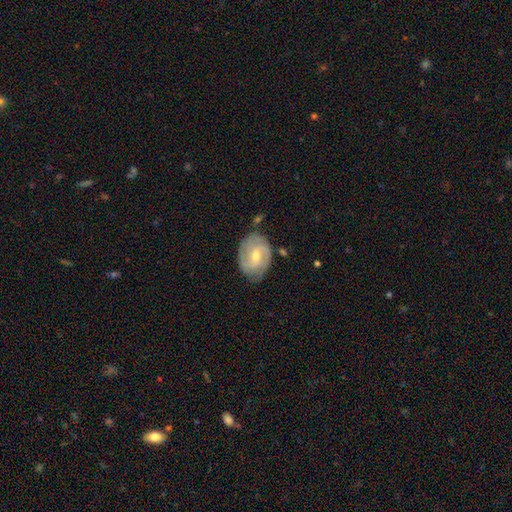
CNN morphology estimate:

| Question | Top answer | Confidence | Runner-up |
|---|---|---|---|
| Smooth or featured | featured or disk | 72% | smooth (22%) |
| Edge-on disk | no | 97% | yes (3%) |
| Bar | weak | 55% | no (29%) |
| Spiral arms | yes | 88% | no (12%) |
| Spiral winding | tight | 49% | medium (39%) |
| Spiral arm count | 2 | 69% | can't tell (18%) |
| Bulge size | moderate | 58% | small (37%) |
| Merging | none | 71% | minor disturbance (20%) |